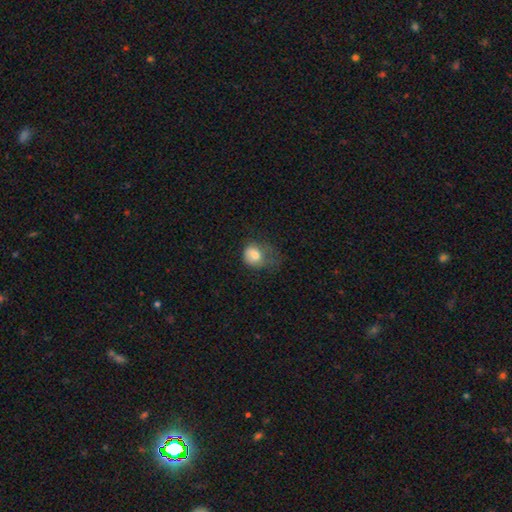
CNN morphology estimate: smooth_or_featured: smooth (p=0.75) [alt: featured or disk p=0.16]
how_rounded: in between (p=0.53) [alt: round p=0.46]
merging: major disturbance (p=0.44) [alt: minor disturbance p=0.31]